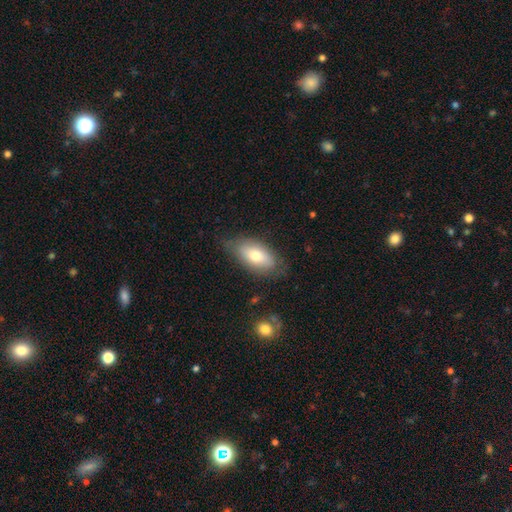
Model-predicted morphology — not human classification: Smooth or featured: smooth — 69% (featured or disk — 25%)
How rounded: in between — 89% (cigar-shaped — 7%)
Merging: none — 70% (minor disturbance — 22%)